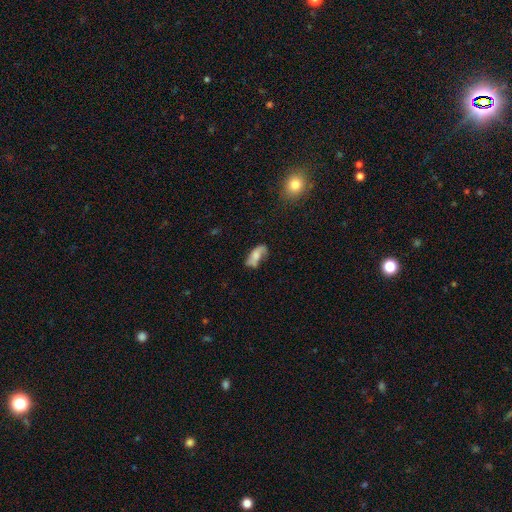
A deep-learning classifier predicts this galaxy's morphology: This is possibly a smooth galaxy (52%). How rounded: clearly in between (81%). Merging: possibly none (53%).